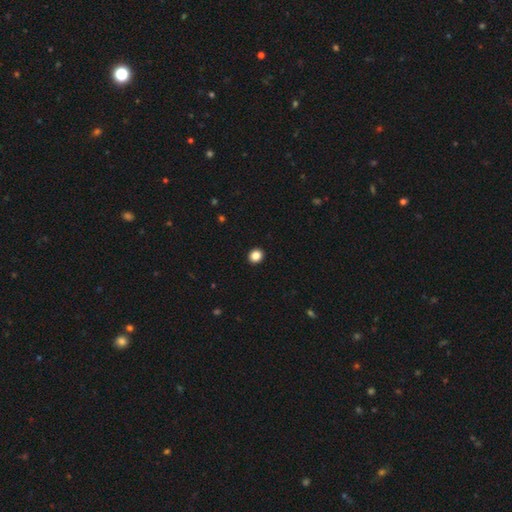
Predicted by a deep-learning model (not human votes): This appears to be a smooth galaxy with no disk features (87%) that is round (83%). Merging: none (93%).